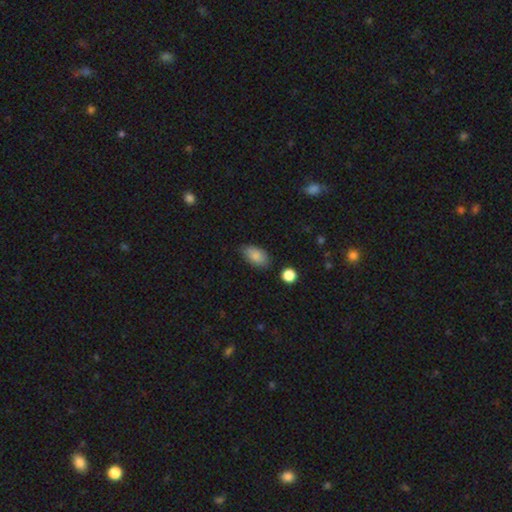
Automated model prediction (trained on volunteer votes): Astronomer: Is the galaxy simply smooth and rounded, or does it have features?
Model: smooth — 85%.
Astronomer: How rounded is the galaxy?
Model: in between — 92%.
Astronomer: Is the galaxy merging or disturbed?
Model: none — 76%.